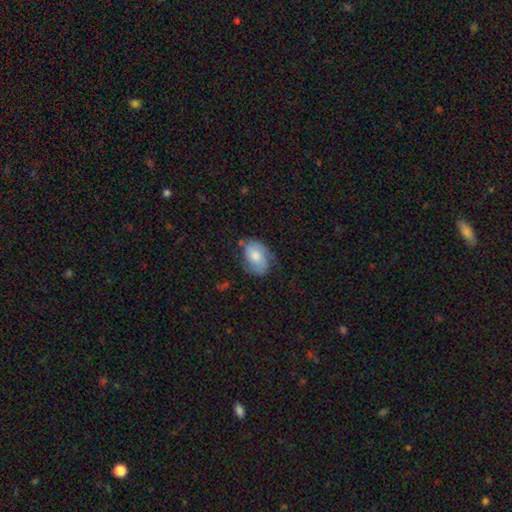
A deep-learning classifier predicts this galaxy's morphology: Smooth or featured? featured or disk (49%)
Merging? none (54%)